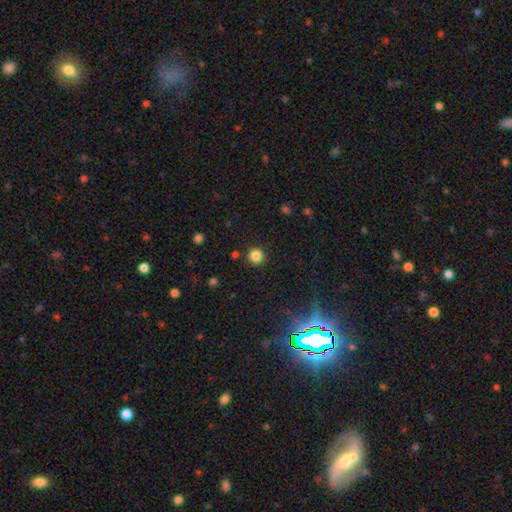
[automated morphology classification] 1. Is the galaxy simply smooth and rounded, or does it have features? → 84% smooth, 13% star or artifact, 4% featured or disk.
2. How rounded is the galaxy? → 94% round, 5% in between, 1% cigar-shaped.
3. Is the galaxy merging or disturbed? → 91% none, 5% minor disturbance, 2% major disturbance, 2% merger.